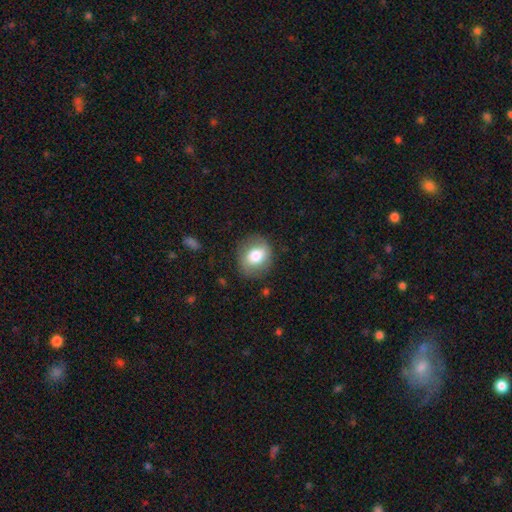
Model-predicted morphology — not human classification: Smooth or featured? smooth (73%)
How rounded? round (62%)
Merging? none (79%)